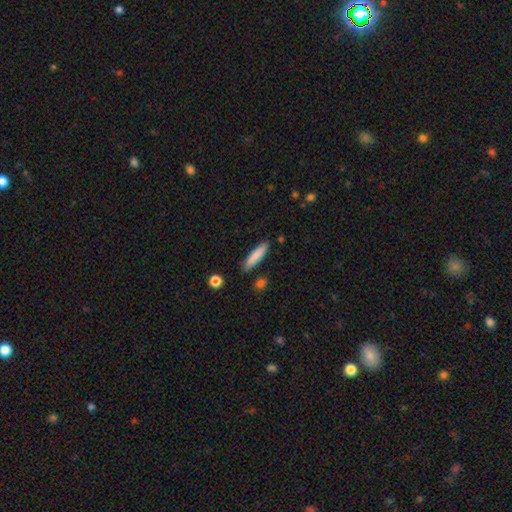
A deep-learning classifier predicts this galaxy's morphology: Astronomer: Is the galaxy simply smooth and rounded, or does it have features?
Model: smooth — 82%.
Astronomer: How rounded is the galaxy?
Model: cigar-shaped — 85%.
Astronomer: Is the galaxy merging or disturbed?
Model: none — 85%.